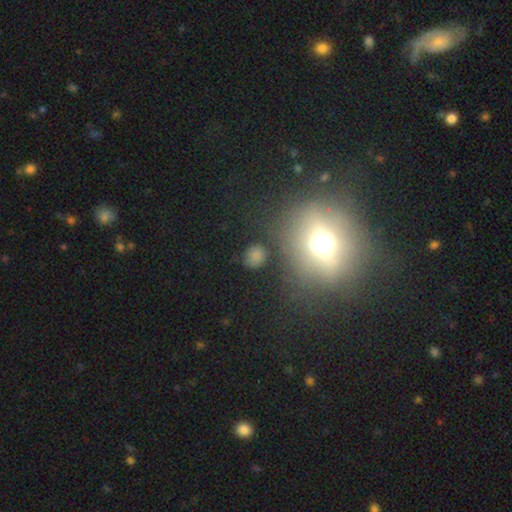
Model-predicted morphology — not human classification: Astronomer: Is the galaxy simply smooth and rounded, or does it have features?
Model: smooth — 72%.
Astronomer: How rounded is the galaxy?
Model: round — 78%.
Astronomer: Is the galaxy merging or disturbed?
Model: none — 80%.